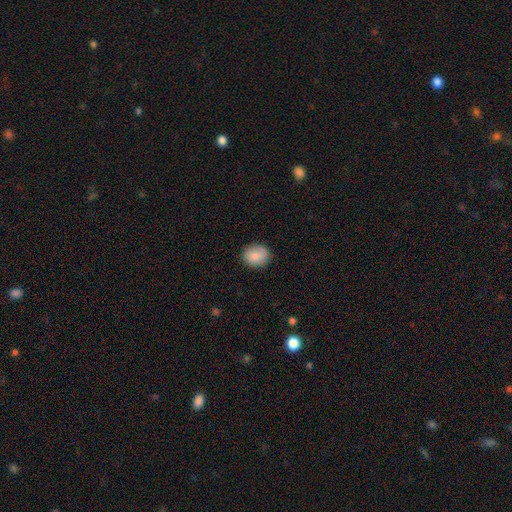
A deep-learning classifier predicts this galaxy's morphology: The model was most divided on "how rounded": round: 65%, in between: 34%, cigar-shaped: 1%. More confident: smooth or featured — smooth (87%); merging — none (85%).